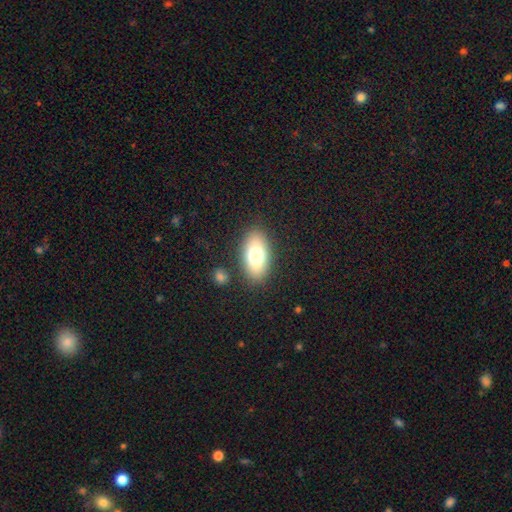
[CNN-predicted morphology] A smooth galaxy with no disk features (72%) that is in between round and cigar-shaped (89%). Merging: none (84%).